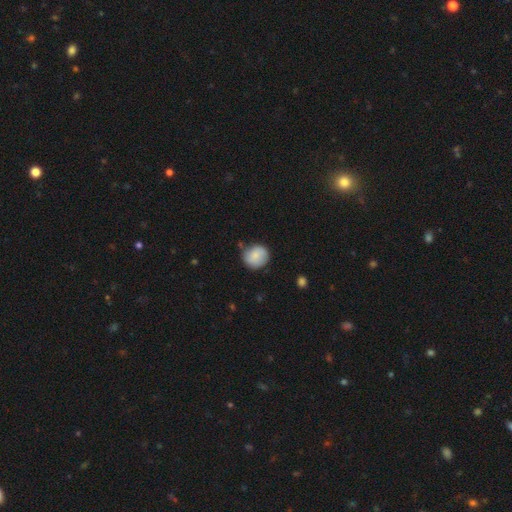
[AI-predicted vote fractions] Smooth or featured? smooth (80%)
How rounded? round (84%)
Merging? none (69%)